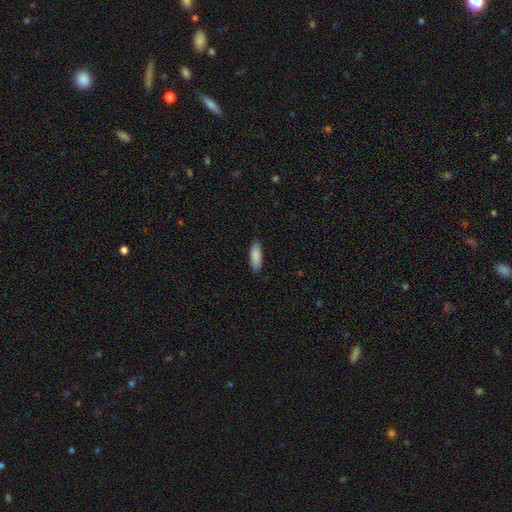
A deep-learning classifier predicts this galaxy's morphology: Overall: smooth (89%). How rounded: in between (64%; cigar-shaped 35%). Merging: none (87%).